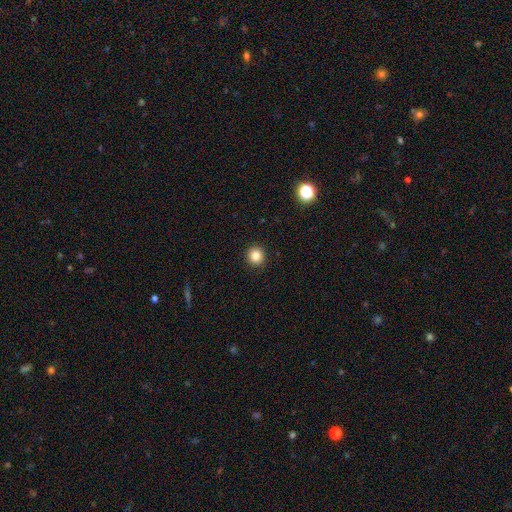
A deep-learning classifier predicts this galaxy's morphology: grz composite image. It shows a smooth galaxy with no disk features (85%) that is round (93%). Merging: none (93%).